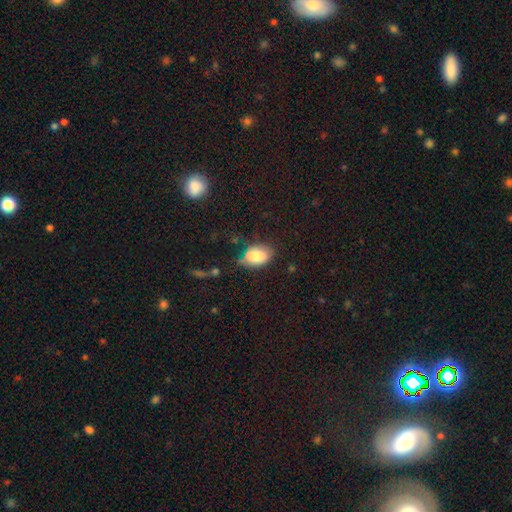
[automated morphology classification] This is likely a smooth galaxy (78%). How rounded: clearly in between (84%). Merging: possibly none (60%).